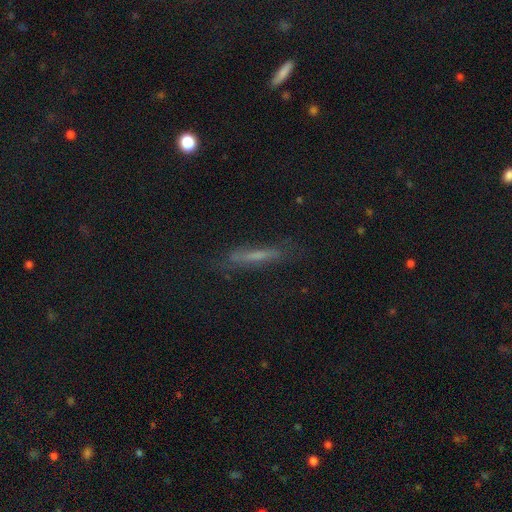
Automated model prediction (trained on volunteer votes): A smooth galaxy with no disk features (43%).

Vote fractions:
- Smooth or featured? smooth: 43% / featured or disk: 41% / star or artifact: 16%
- Merging? none: 75% / minor disturbance: 16% / major disturbance: 6% / merger: 2%